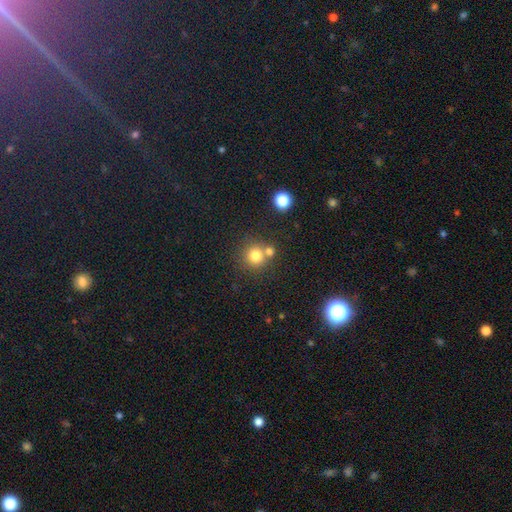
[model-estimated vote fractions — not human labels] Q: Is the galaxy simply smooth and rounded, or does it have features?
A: smooth — 78%.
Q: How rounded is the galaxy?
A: round — 92%.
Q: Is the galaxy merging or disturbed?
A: none — 62%.